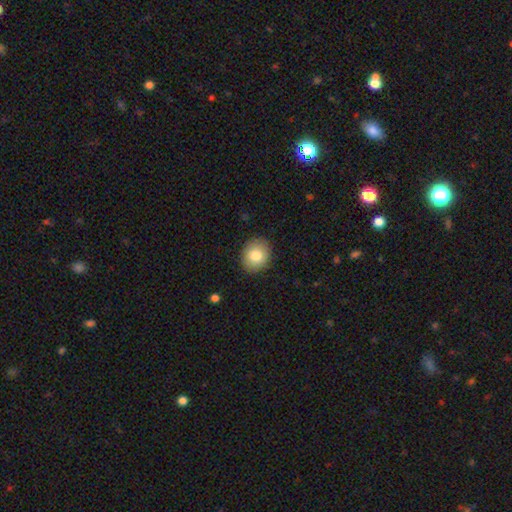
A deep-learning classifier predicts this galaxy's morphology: This is clearly a smooth galaxy (81%). How rounded: likely round (63%). Merging: clearly none (89%).